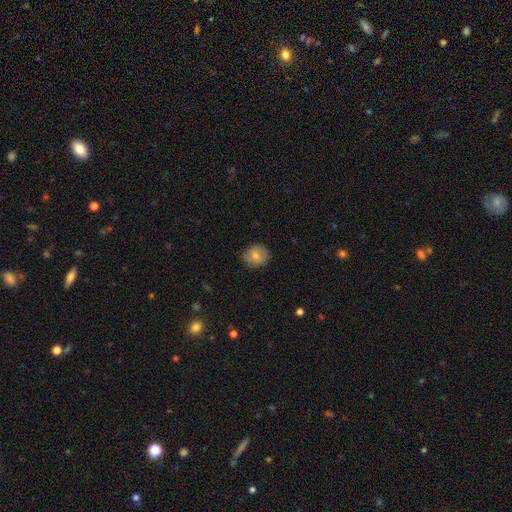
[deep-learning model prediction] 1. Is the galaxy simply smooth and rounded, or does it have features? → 75% smooth, 17% featured or disk, 9% star or artifact.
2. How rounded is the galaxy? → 79% round, 20% in between, 1% cigar-shaped.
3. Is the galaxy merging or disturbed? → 83% none, 13% minor disturbance, 3% major disturbance, 1% merger.